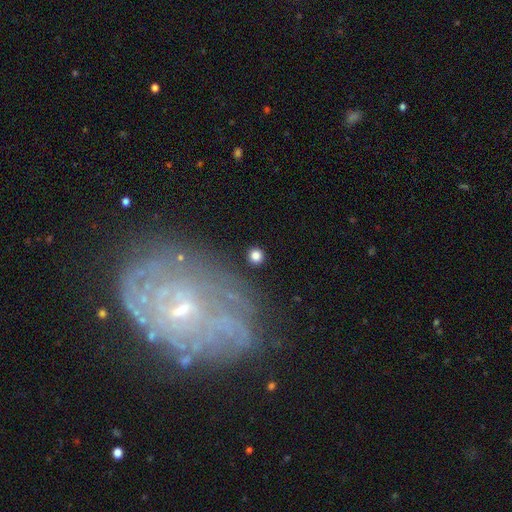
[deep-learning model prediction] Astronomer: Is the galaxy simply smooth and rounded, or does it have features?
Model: smooth — 81%.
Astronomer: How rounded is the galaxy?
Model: round — 92%.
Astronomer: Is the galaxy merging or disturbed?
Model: none — 90%.